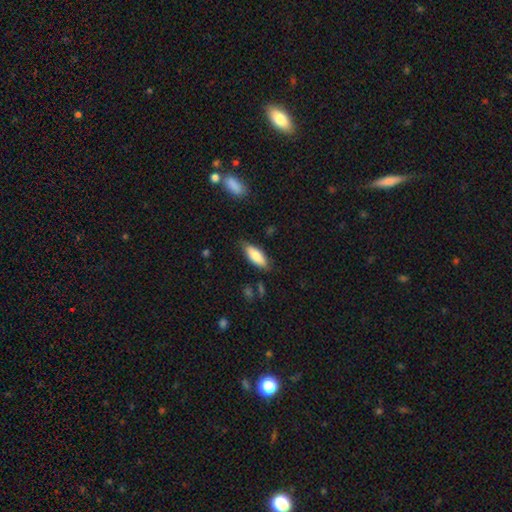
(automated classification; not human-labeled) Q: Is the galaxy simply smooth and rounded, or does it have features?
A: smooth — 79%.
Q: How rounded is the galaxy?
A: in between — 76%.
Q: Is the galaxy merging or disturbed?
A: none — 78%.